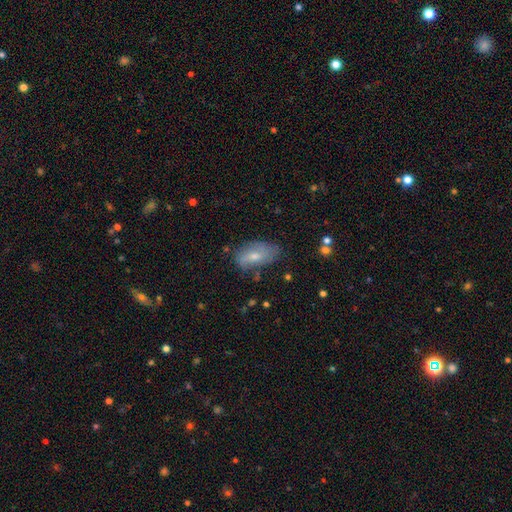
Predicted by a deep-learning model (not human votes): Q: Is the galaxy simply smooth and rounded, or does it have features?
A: smooth — 57%.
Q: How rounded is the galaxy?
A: in between — 89%.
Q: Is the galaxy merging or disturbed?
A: none — 63%.